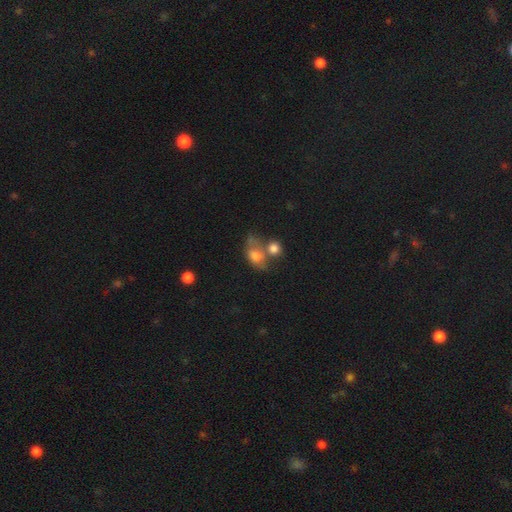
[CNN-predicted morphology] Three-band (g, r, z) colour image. It shows a smooth galaxy with no disk features (72%) that is in between round and cigar-shaped (73%). Merging: merger (41%).